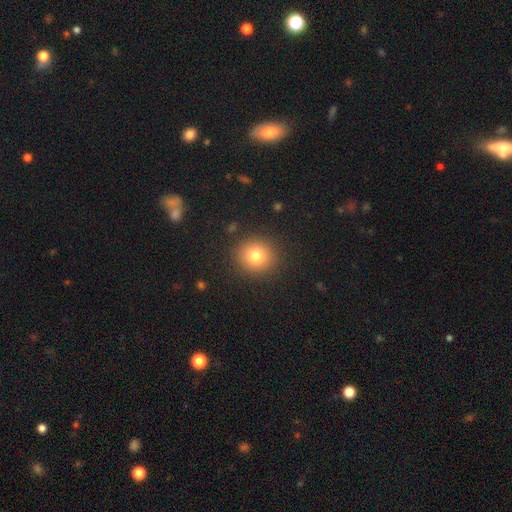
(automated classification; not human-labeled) Smooth or featured? Predicted: smooth (p=0.78). How rounded? Predicted: round (p=0.87). Merging? Predicted: none (p=0.90).